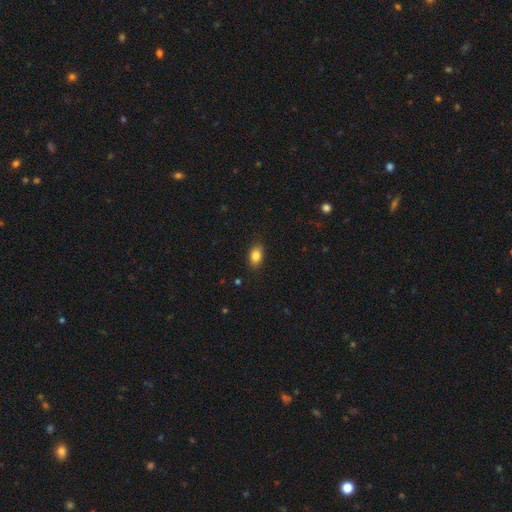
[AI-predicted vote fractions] Smooth or featured?
  - smooth: 85% *
  - star or artifact: 9%
  - featured or disk: 6%
How rounded?
  - in between: 86% *
  - round: 11%
  - cigar-shaped: 3%
Merging?
  - none: 85% *
  - minor disturbance: 12%
  - major disturbance: 3%
  - merger: 1%